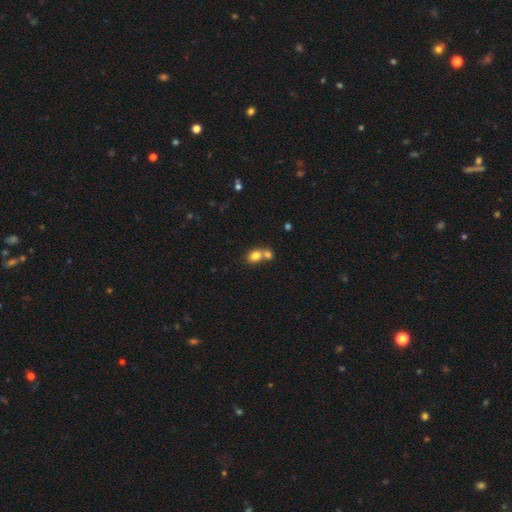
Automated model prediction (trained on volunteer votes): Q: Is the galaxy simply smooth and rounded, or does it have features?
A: smooth — 80%.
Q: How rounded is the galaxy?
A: round — 54%.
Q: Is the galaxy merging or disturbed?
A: merger — 57%.